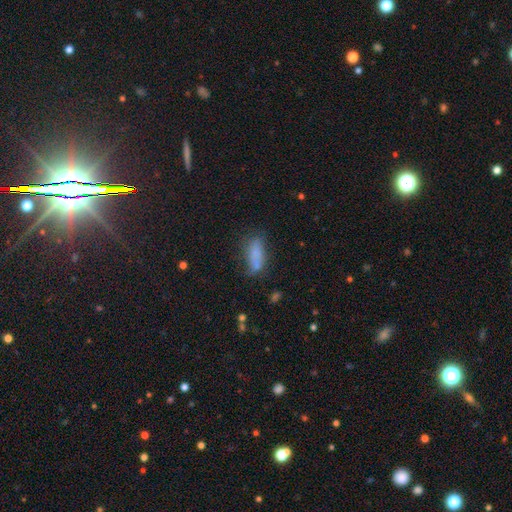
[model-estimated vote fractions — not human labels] The model was most divided on "merging": none: 47%, minor disturbance: 28%, major disturbance: 16%, merger: 9%. More confident: smooth or featured — smooth (72%); how rounded — in between (72%).